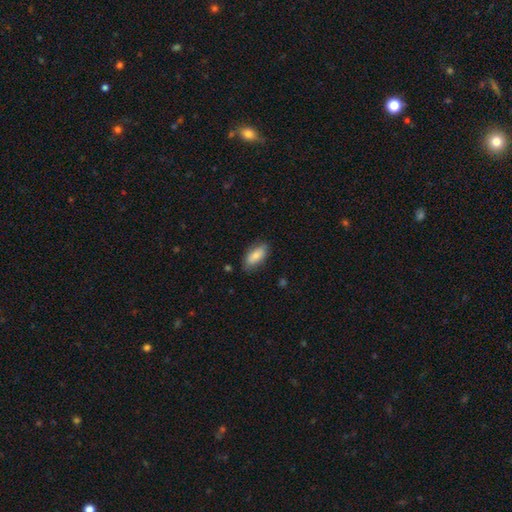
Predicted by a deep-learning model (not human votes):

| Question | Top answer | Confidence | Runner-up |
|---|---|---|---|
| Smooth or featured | smooth | 79% | featured or disk (14%) |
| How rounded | in between | 87% | cigar-shaped (10%) |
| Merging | none | 79% | minor disturbance (17%) |